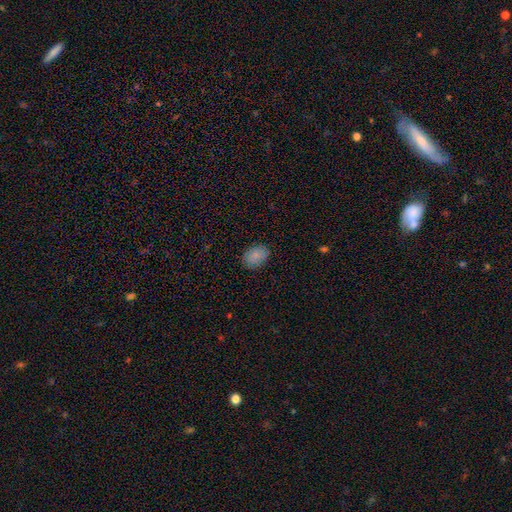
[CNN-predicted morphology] type=smooth (84%); roundness=in between (77%); merging=none (85%).